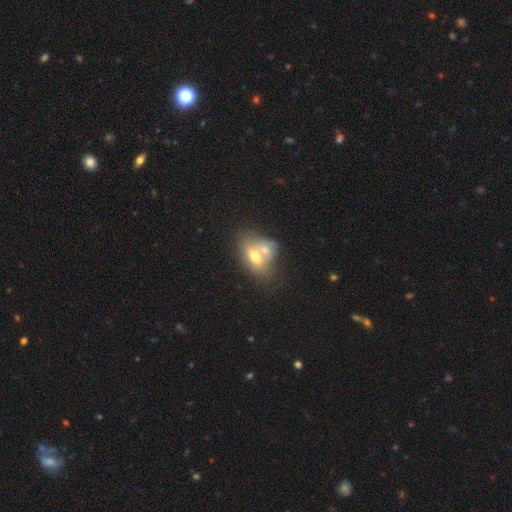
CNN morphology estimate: smooth_or_featured: smooth (p=0.62) [alt: featured or disk p=0.29]
how_rounded: in between (p=0.77) [alt: round p=0.20]
merging: merger (p=0.62) [alt: none p=0.22]